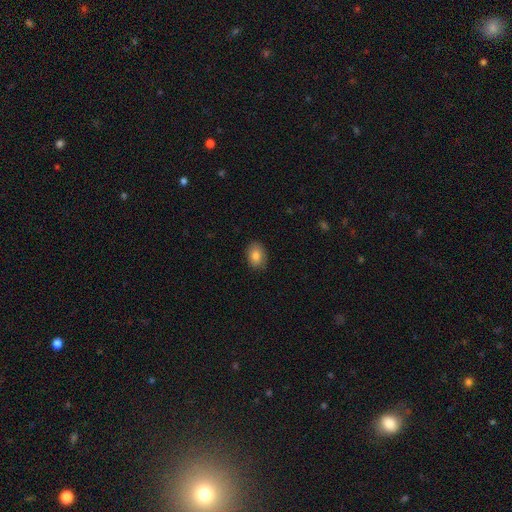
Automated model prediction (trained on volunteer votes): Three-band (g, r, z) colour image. It shows a smooth galaxy with no disk features (81%) that is in between round and cigar-shaped (70%). Merging: none (85%).